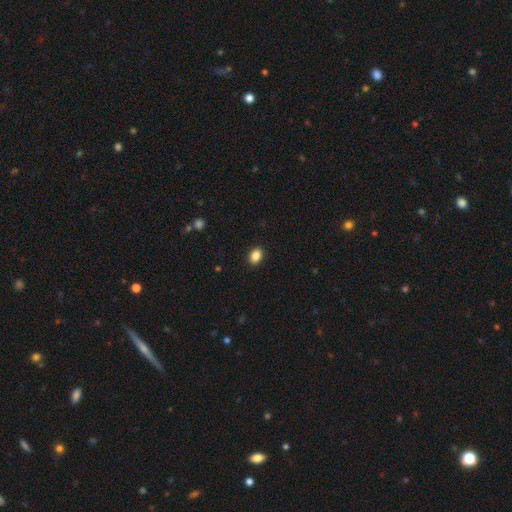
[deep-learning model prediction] Overall: smooth (86%). How rounded: in between (68%; round 31%). Merging: none (90%).